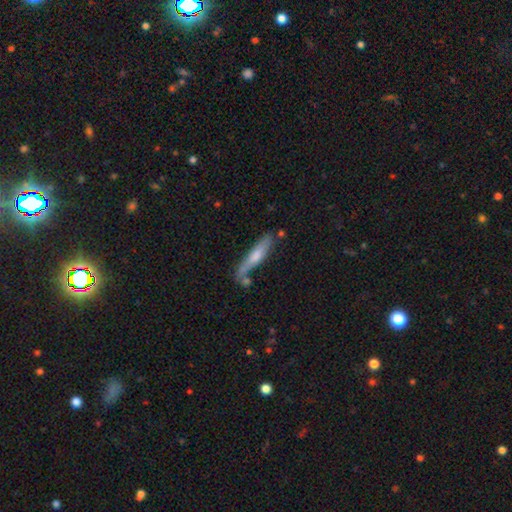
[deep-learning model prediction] Morphology: type=featured or disk (48%); merging=none (72%).